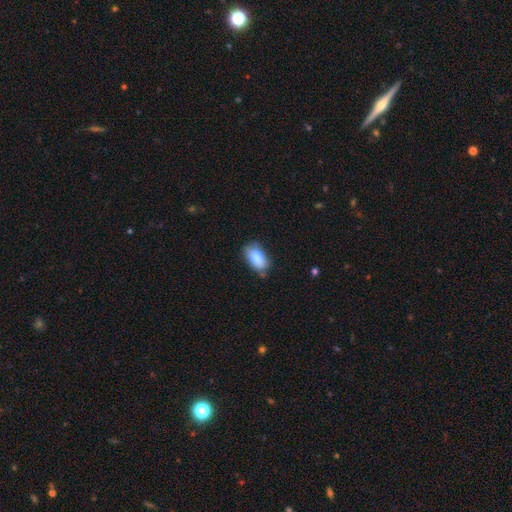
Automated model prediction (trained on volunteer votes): A smooth galaxy with no disk features (85%) that is in between round and cigar-shaped (92%).

Vote fractions:
- Smooth or featured? smooth: 85% / featured or disk: 8% / star or artifact: 7%
- How rounded? in between: 92% / round: 4% / cigar-shaped: 3%
- Merging? none: 66% / minor disturbance: 26% / major disturbance: 5% / merger: 3%